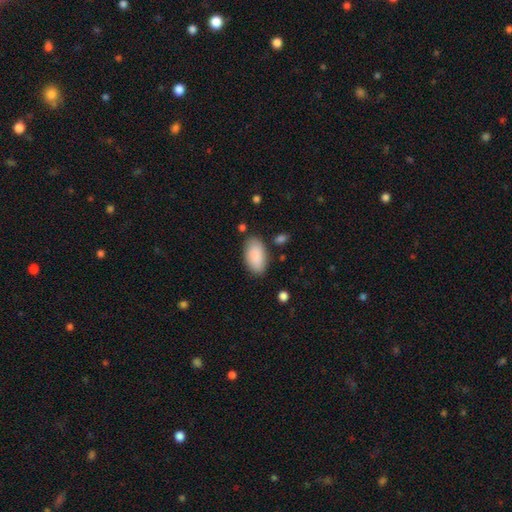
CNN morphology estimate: Smooth or featured? smooth (89%)
How rounded? in between (95%)
Merging? none (81%)